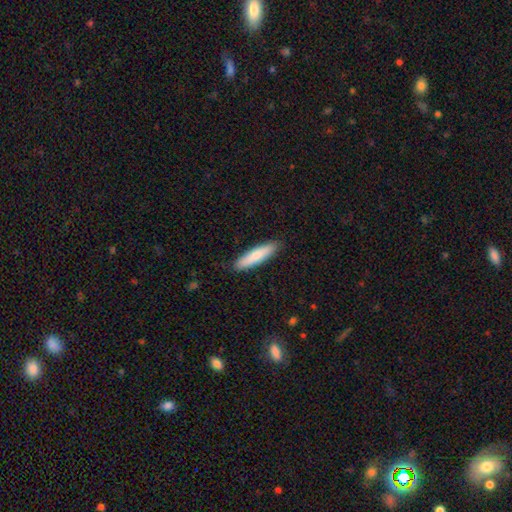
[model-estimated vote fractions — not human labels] Smooth or featured? Predicted: smooth (p=0.83). How rounded? Predicted: cigar-shaped (p=0.79). Merging? Predicted: none (p=0.89).